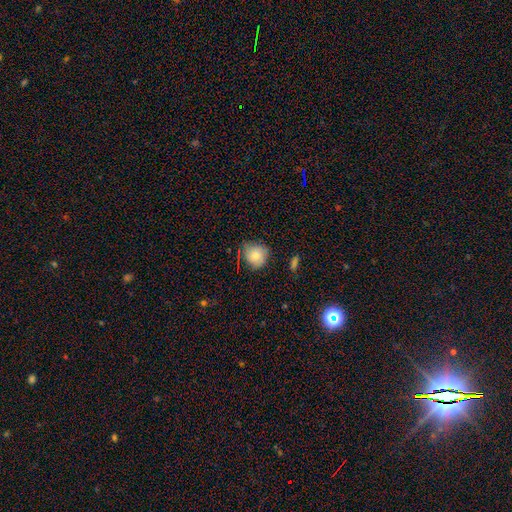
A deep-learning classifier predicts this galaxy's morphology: smooth_or_featured: smooth (p=0.80) [alt: featured or disk p=0.11]
how_rounded: round (p=0.83) [alt: in between p=0.16]
merging: none (p=0.63) [alt: minor disturbance p=0.29]